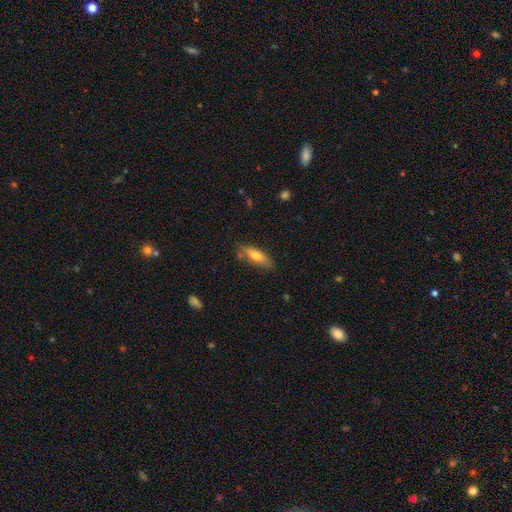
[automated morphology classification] A smooth galaxy with no disk features (67%) that is cigar-shaped (52%). Merging: none (75%).